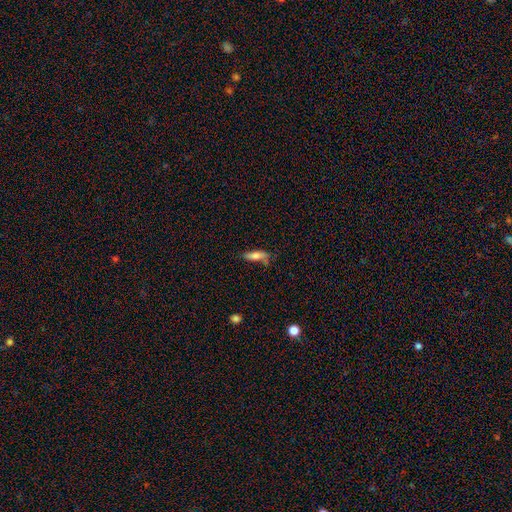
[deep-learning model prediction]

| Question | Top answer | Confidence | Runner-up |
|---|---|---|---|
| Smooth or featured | smooth | 73% | featured or disk (19%) |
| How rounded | cigar-shaped | 55% | in between (43%) |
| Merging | none | 57% | minor disturbance (28%) |